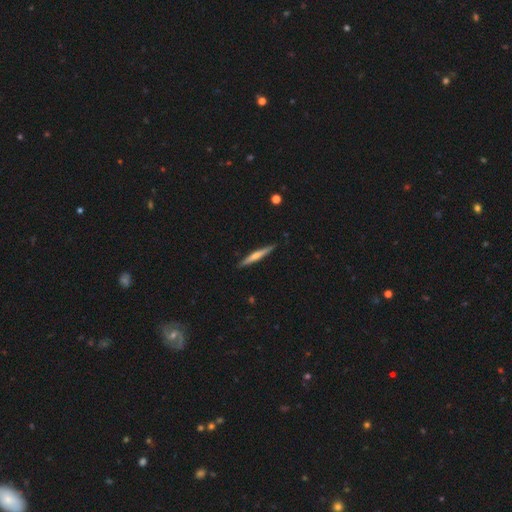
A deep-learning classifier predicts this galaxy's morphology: type=featured or disk (60%); edge-on=yes (97%); edge-on bulge=rounded (73%); merging=none (90%).